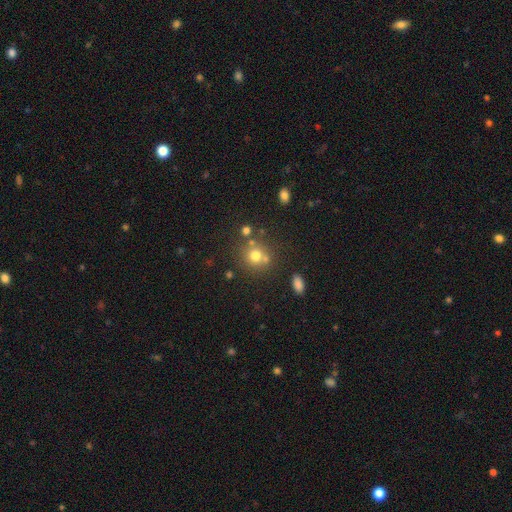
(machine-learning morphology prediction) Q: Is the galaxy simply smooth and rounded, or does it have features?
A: smooth — 71%.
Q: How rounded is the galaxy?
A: round — 85%.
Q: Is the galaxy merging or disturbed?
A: none — 64%.